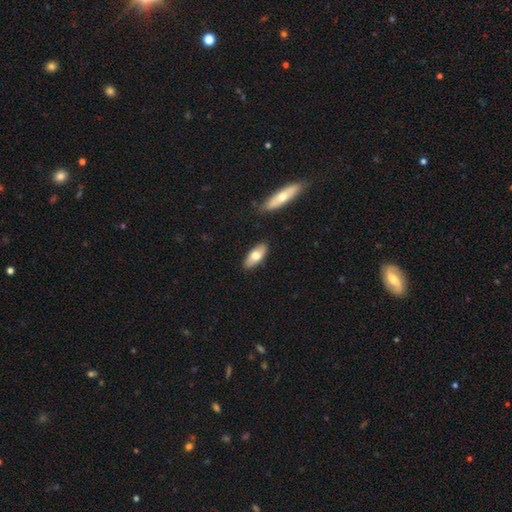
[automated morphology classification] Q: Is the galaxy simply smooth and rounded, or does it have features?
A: smooth — 71%.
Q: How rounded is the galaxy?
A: in between — 82%.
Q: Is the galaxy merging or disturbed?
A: none — 86%.